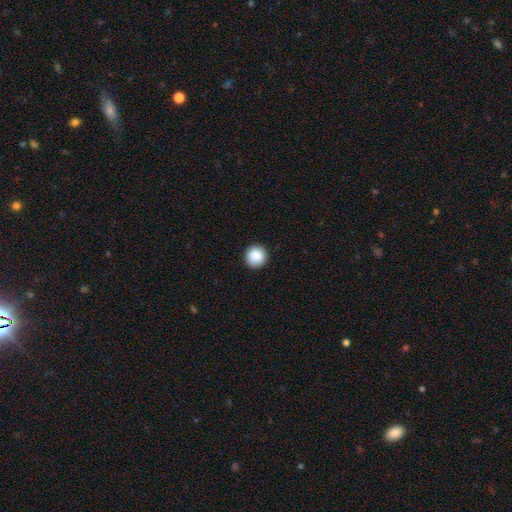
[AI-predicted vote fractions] Smooth or featured?
  - smooth: 88% *
  - star or artifact: 8%
  - featured or disk: 3%
How rounded?
  - round: 94% *
  - in between: 6%
  - cigar-shaped: 1%
Merging?
  - none: 92% *
  - minor disturbance: 6%
  - major disturbance: 2%
  - merger: 1%